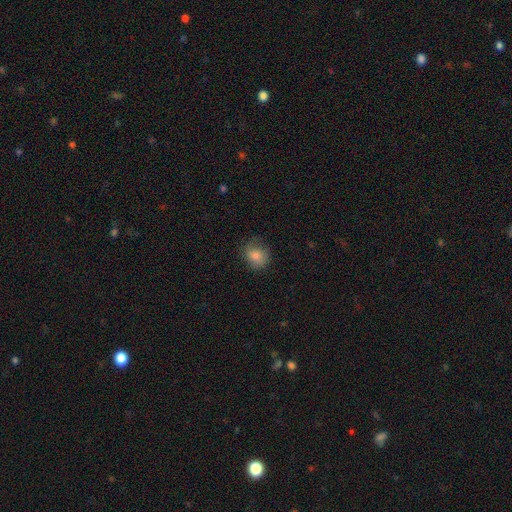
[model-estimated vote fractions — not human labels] Q: Smooth or featured?
A: smooth (78%); runner-up: featured or disk (12%)
Q: How rounded?
A: round (72%); runner-up: in between (27%)
Q: Merging?
A: none (70%); runner-up: minor disturbance (22%)